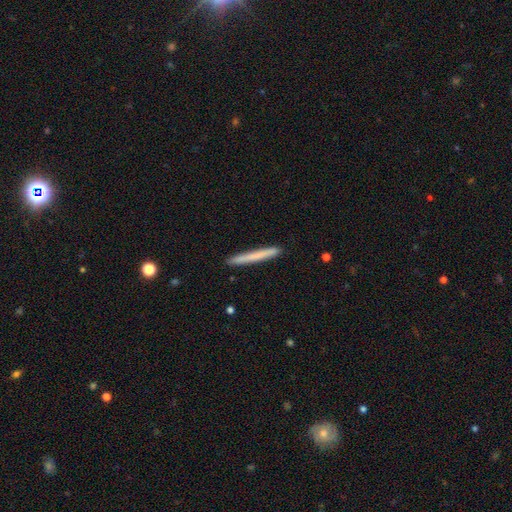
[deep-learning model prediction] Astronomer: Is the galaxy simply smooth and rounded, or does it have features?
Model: smooth — 68%.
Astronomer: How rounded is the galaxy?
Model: cigar-shaped — 97%.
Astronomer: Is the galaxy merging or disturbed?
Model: none — 92%.